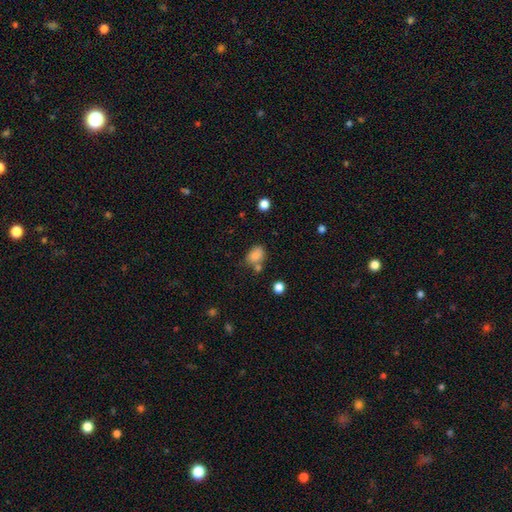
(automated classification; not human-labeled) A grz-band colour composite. It shows a smooth galaxy with no disk features (82%) that is in between round and cigar-shaped (73%). Merging: none (52%).